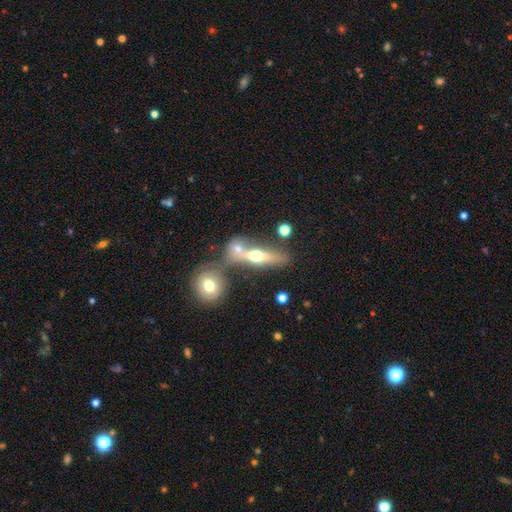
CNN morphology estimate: A featured or disk galaxy (48%).

Vote fractions:
- Smooth or featured? featured or disk: 48% / smooth: 42% / star or artifact: 10%
- Merging? none: 44% / merger: 39% / minor disturbance: 10% / major disturbance: 6%